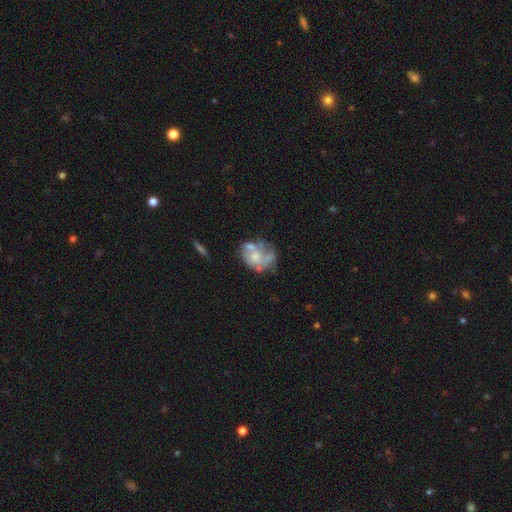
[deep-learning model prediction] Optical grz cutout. It shows a featured or disk galaxy (54%) with no bar (89%), no spiral arms (82%) and a moderate central bulge (43%). Merging: none (33%).